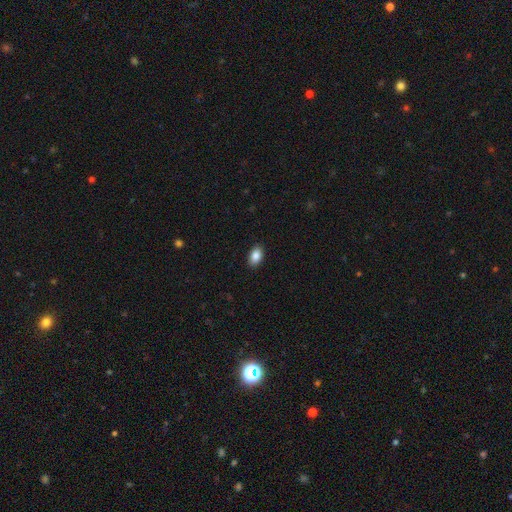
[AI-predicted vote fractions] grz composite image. It shows a smooth galaxy with no disk features (88%) that is in between round and cigar-shaped (90%). Merging: none (90%).